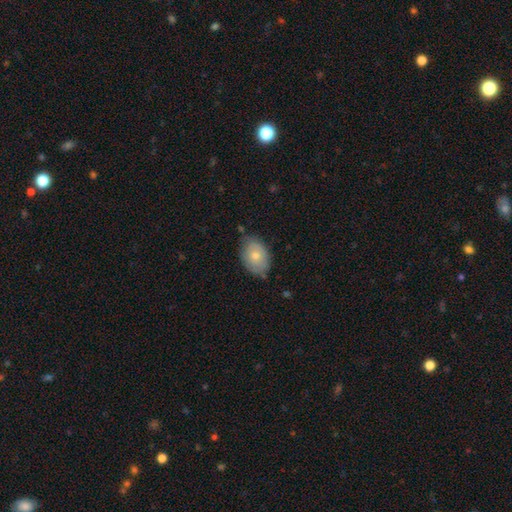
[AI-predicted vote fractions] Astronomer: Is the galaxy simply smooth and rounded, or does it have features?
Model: smooth — 70%.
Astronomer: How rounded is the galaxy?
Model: in between — 80%.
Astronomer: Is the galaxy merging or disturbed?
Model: none — 71%.